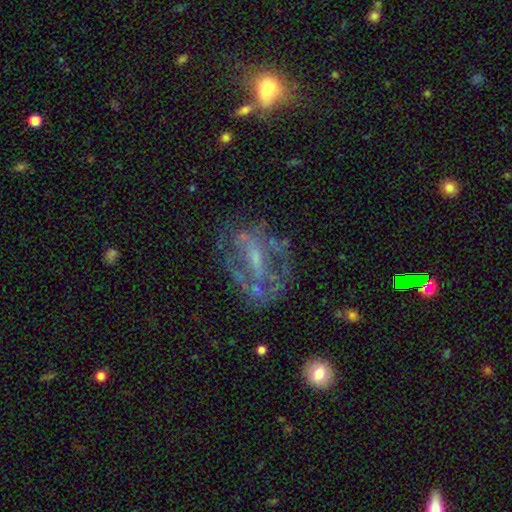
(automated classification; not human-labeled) Smooth or featured: featured or disk — 69% (star or artifact — 17%)
Edge-on disk: no — 92% (yes — 8%)
Bar: weak — 39% (strong — 31%)
Spiral arms: yes — 58% (no — 42%)
Bulge size: small — 56% (moderate — 22%)
Merging: none — 59% (major disturbance — 19%)